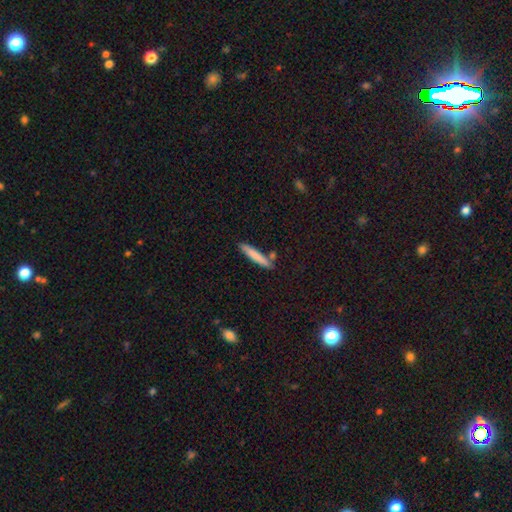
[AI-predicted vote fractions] Overall: smooth (78%). How rounded: cigar-shaped (92%). Merging: none (78%).